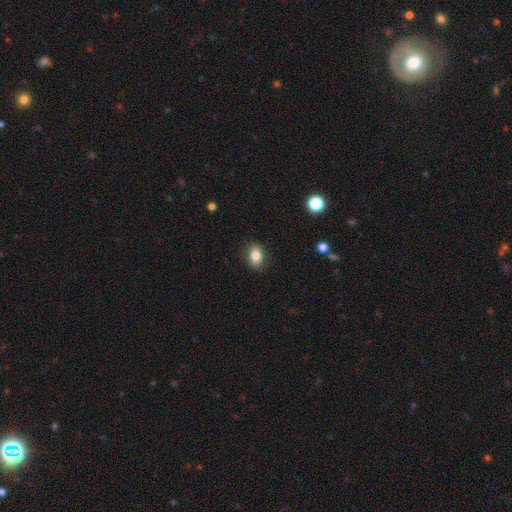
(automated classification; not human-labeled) smooth 82%, star or artifact 9%, featured or disk 9%. Down the decision tree: how rounded — in between (75%); merging — none (85%).